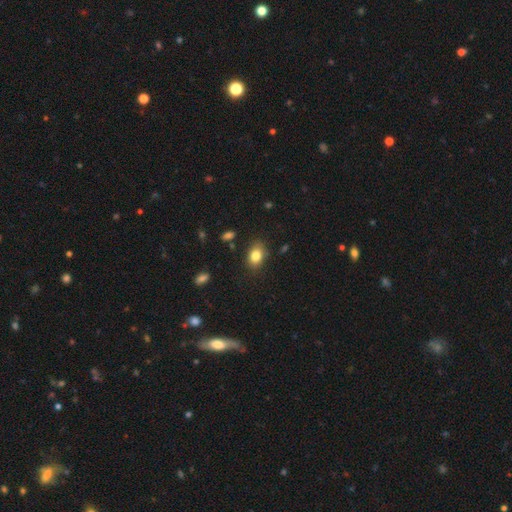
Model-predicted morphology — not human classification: Q: Smooth or featured?
A: smooth (83%); runner-up: star or artifact (9%)
Q: How rounded?
A: in between (77%); runner-up: round (21%)
Q: Merging?
A: none (82%); runner-up: minor disturbance (13%)